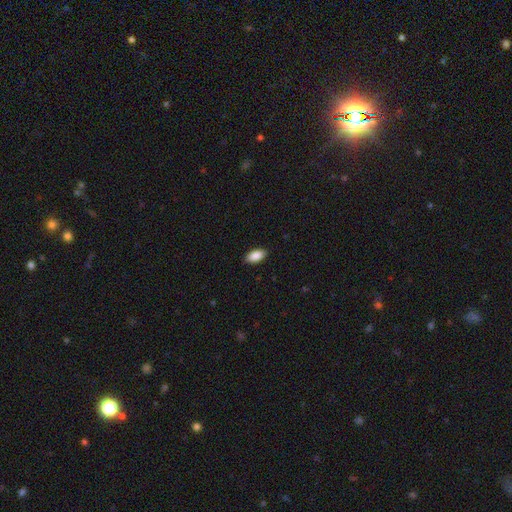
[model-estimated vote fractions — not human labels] Overall: smooth (89%). How rounded: in between (93%). Merging: none (89%).